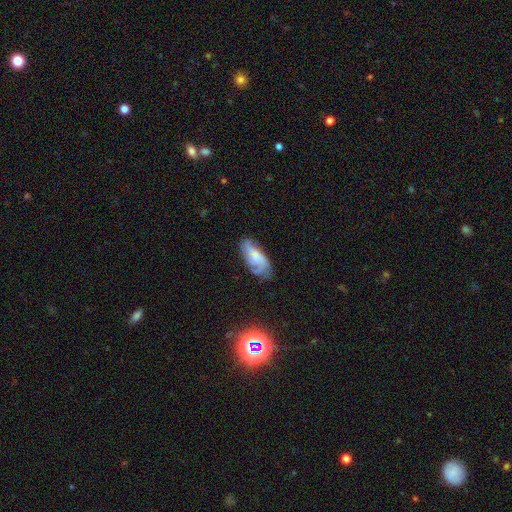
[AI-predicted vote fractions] A featured or disk galaxy (57%) with no bar (61%), spiral arms (88%) and a small central bulge (31%, tied with moderate).

Vote fractions:
- Smooth or featured? featured or disk: 57% / smooth: 32% / star or artifact: 11%
- Edge-on disk? no: 91% / yes: 9%
- Bar? no: 61% / weak: 31% / strong: 8%
- Spiral arms? yes: 88% / no: 12%
- Bulge size? small: 31% (tied) / moderate: 31% (tied) / none: 27% / large: 8% / dominant: 2%
- Merging? none: 65% / minor disturbance: 24% / major disturbance: 9% / merger: 2%